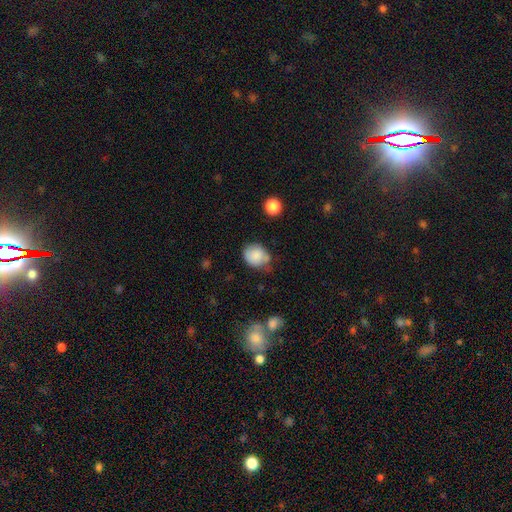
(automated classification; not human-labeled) smooth_or_featured: smooth (p=0.83) [alt: featured or disk p=0.09]
how_rounded: round (p=0.63) [alt: in between p=0.36]
merging: none (p=0.57) [alt: minor disturbance p=0.29]